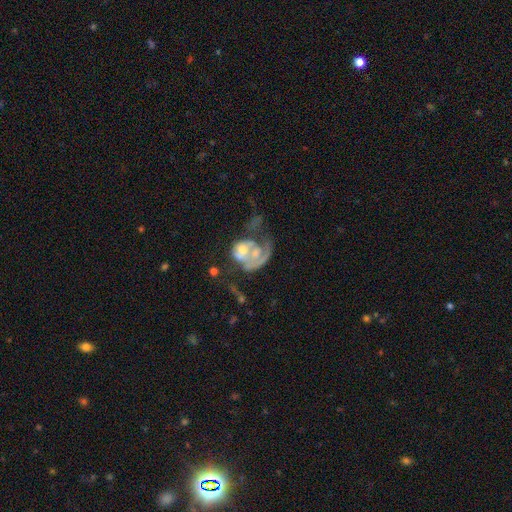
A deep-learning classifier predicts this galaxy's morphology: featured or disk 68%, smooth 25%, star or artifact 7%. Down the decision tree: edge-on disk — no (97%); bar — no (82%); spiral arms — yes (55%); bulge size — moderate (56%); merging — merger (50%).